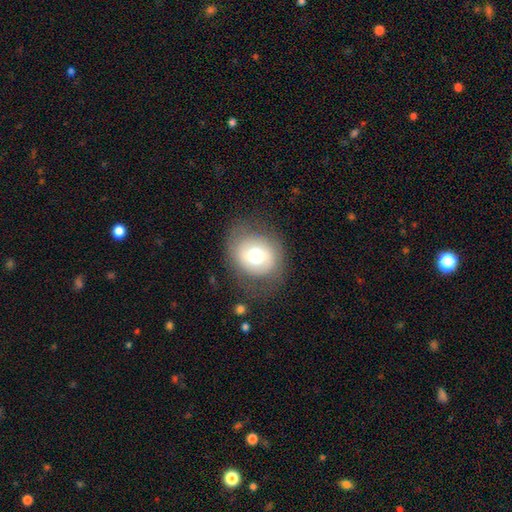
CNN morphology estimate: type=smooth (62%); roundness=round (67%); merging=none (69%).